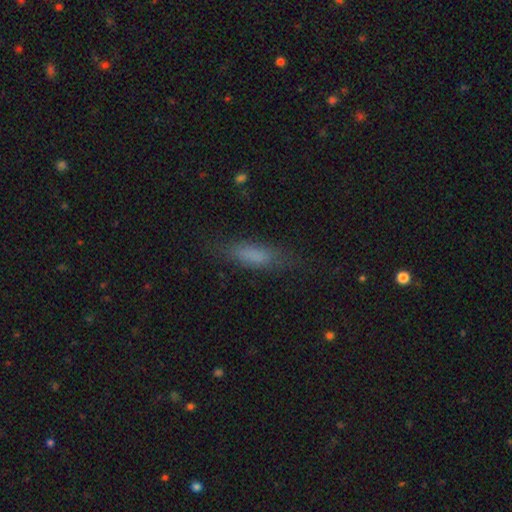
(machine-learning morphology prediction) type=smooth (77%); roundness=in between (50%); merging=none (71%).